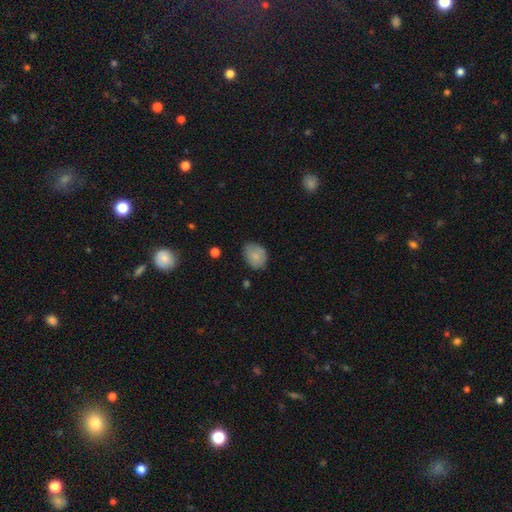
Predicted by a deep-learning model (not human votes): smooth 83%, featured or disk 9%, star or artifact 8%. Down the decision tree: how rounded — in between (63%); merging — none (66%).